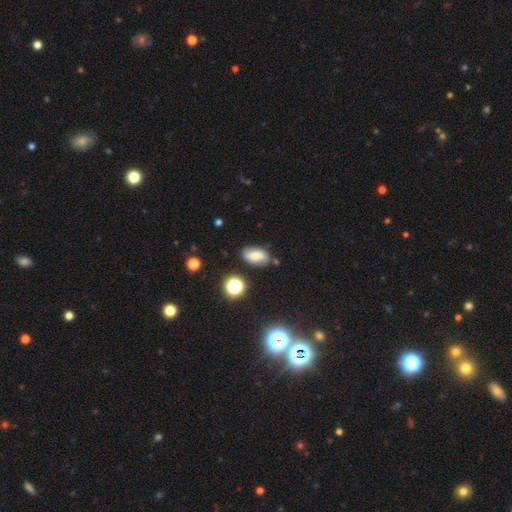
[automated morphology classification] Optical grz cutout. It shows a smooth galaxy with no disk features (59%) that is in between round and cigar-shaped (89%). Merging: none (75%).